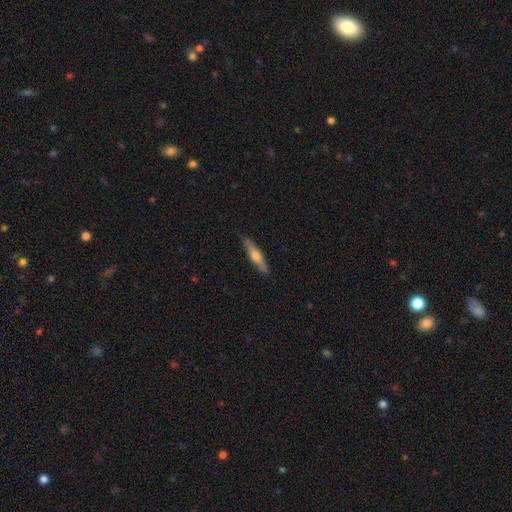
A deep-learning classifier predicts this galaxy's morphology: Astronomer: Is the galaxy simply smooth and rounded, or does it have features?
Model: featured or disk — 52% (runner-up: smooth, 42%).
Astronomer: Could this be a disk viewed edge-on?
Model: yes — 94%.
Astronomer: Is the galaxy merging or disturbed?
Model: none — 88%.